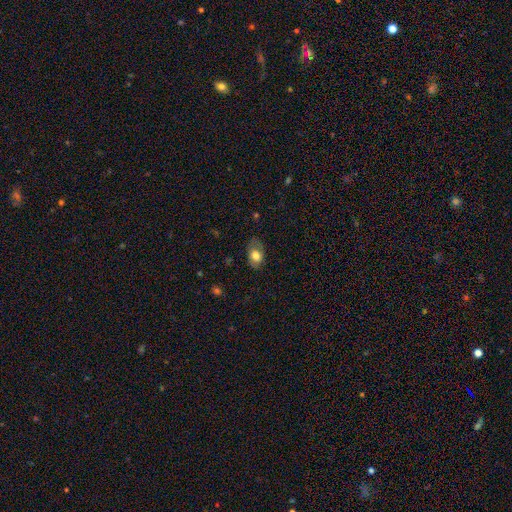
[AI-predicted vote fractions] The model was most divided on "smooth or featured": smooth: 69%, featured or disk: 24%, star or artifact: 8%. More confident: how rounded — in between (85%); merging — none (72%).